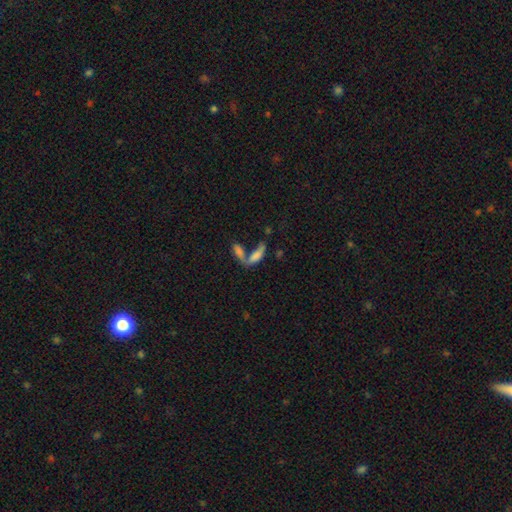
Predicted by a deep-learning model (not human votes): Smooth or featured? smooth (69%)
How rounded? in between (58%)
Merging? merger (66%)